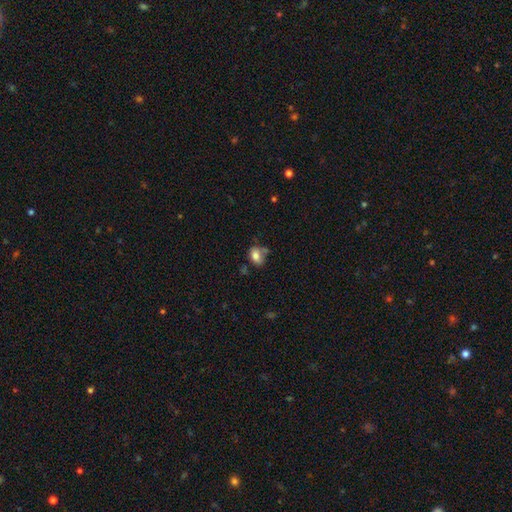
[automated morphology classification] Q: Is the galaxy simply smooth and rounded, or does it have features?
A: smooth — 78%.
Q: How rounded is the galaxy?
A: in between — 79%.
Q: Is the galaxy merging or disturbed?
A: none — 50%.